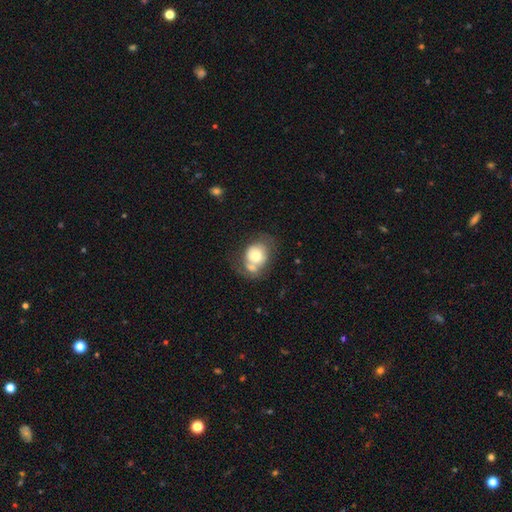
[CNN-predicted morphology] smooth-or-featured: smooth: 61% | featured or disk: 32% | star or artifact: 8%
  how-rounded: round: 58% | in between: 41% | cigar-shaped: 1%
  merging: merger: 38% | none: 29% | minor disturbance: 18% | major disturbance: 15%